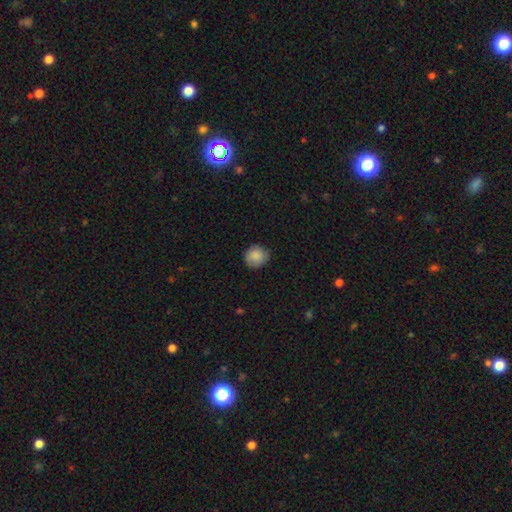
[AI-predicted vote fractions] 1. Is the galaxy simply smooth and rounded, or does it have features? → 87% smooth, 8% star or artifact, 5% featured or disk.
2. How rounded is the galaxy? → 90% round, 9% in between, 1% cigar-shaped.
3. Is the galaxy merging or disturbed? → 84% none, 13% minor disturbance, 2% major disturbance, 1% merger.